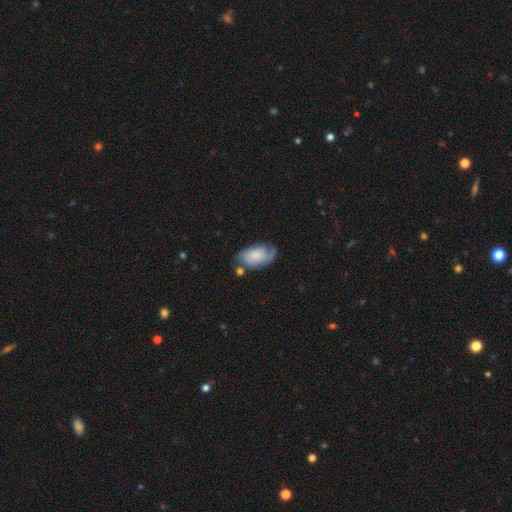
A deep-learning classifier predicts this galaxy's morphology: This is possibly a smooth galaxy (56%). How rounded: clearly in between (93%). Merging: possibly none (52%).